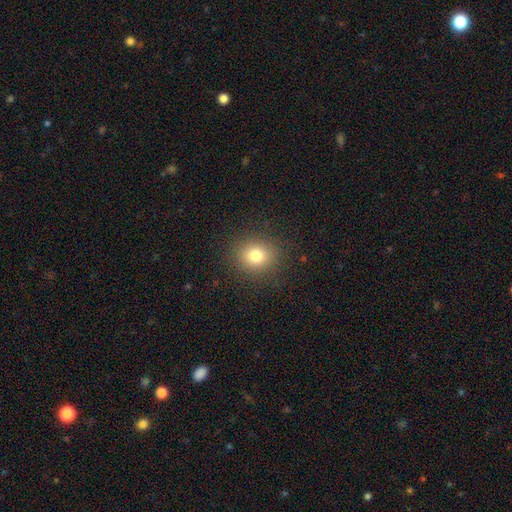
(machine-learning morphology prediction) Smooth or featured? Predicted: smooth (p=0.79). How rounded? Predicted: round (p=0.73). Merging? Predicted: none (p=0.88).